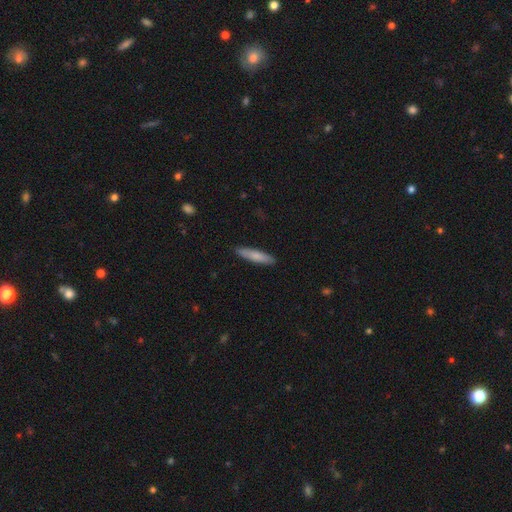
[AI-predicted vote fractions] A smooth galaxy with no disk features (78%) that is cigar-shaped (86%). Merging: none (90%).